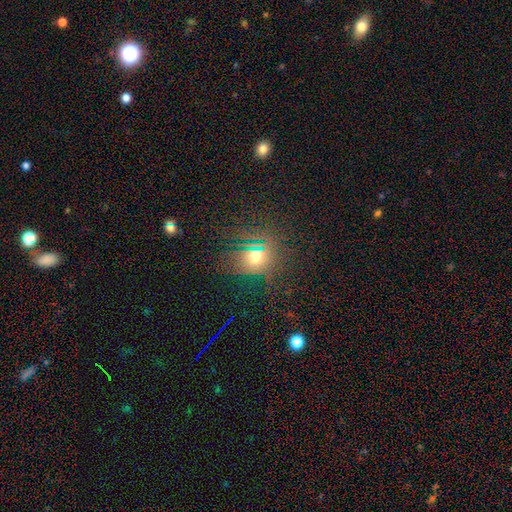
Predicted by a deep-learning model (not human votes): This appears to be a smooth galaxy with no disk features (54%) that is round (76%). Merging: none (77%).